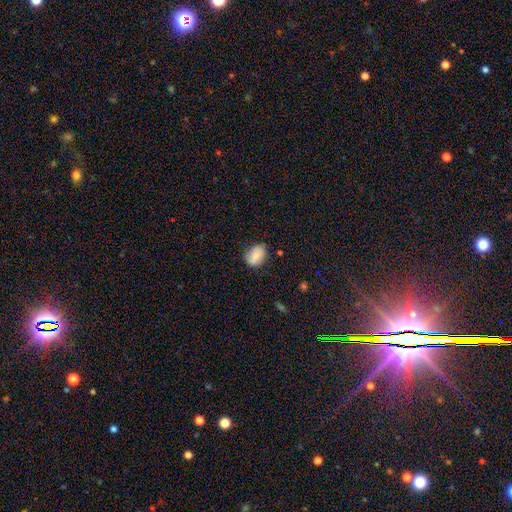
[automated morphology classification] Smooth or featured? smooth (77%)
How rounded? in between (66%)
Merging? none (69%)